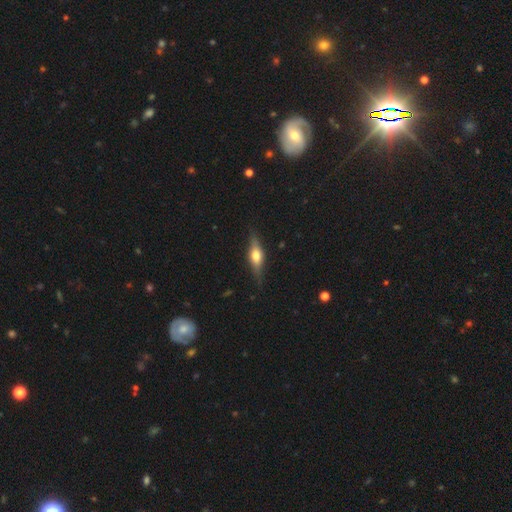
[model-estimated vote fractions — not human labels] Overall: featured or disk (52%; smooth 41%). Edge-on disk: yes (91%). Merging: none (82%).